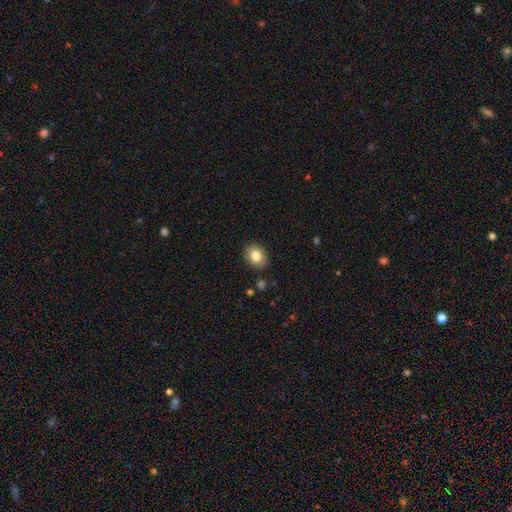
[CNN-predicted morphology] Overall: smooth (81%). How rounded: in between (59%; round 40%). Merging: none (88%).